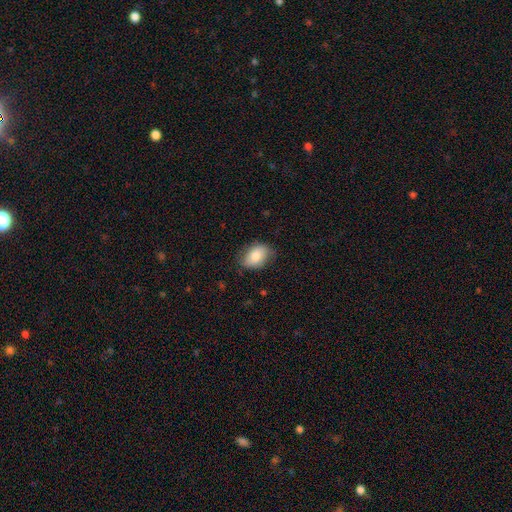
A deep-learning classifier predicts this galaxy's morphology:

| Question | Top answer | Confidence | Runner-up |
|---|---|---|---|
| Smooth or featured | smooth | 78% | featured or disk (15%) |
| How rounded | in between | 81% | round (18%) |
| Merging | none | 75% | minor disturbance (20%) |